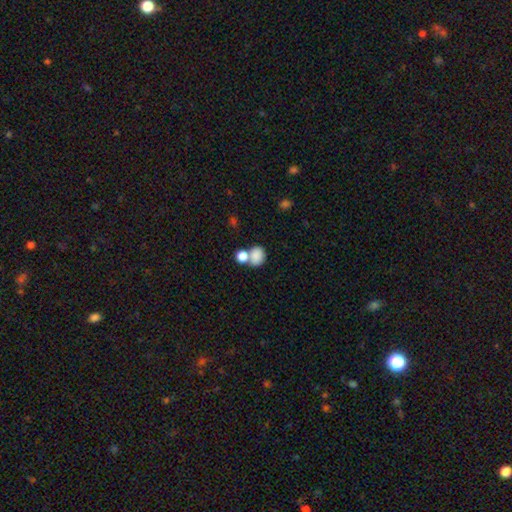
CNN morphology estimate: Smooth or featured? Predicted: smooth (p=0.83). How rounded? Predicted: round (p=0.52). Merging? Predicted: merger (p=0.44).